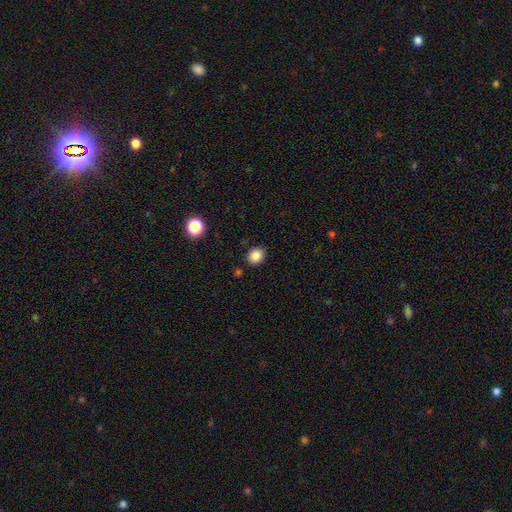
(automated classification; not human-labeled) Smooth or featured? smooth (86%)
How rounded? round (63%)
Merging? none (87%)